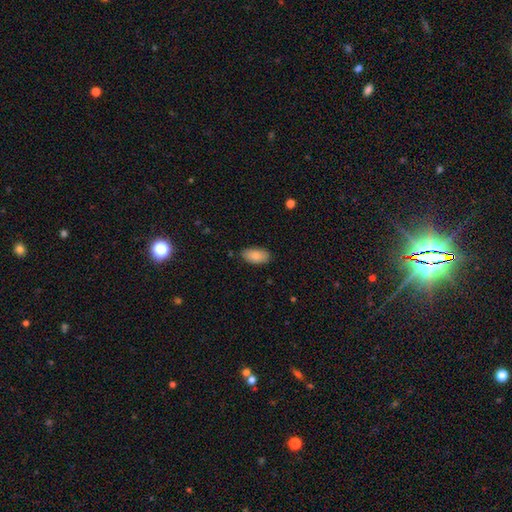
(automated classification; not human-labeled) smooth 87%, star or artifact 6%, featured or disk 6%. Down the decision tree: how rounded — in between (94%); merging — none (83%).